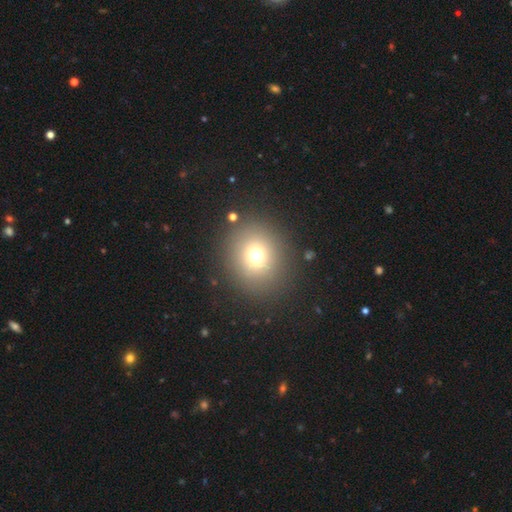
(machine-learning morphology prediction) A smooth galaxy with no disk features (71%) that is round (84%). Merging: none (86%).